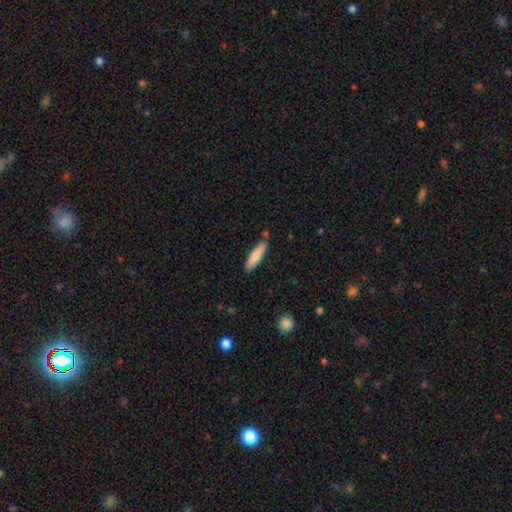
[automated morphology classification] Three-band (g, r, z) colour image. It shows a smooth galaxy with no disk features (83%) that is cigar-shaped (77%). Merging: none (81%).